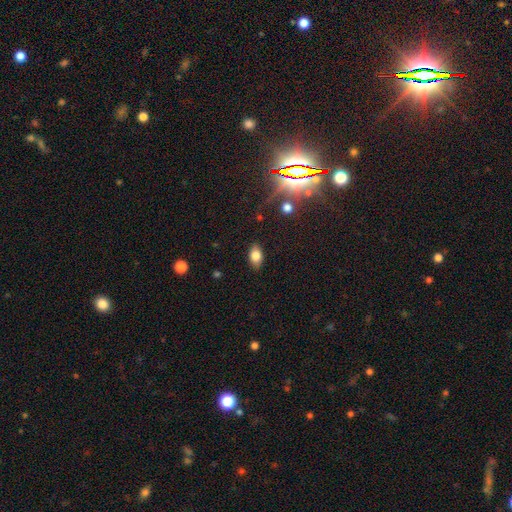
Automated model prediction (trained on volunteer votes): smooth 79%, featured or disk 11%, star or artifact 10%. Down the decision tree: how rounded — in between (89%); merging — none (85%).